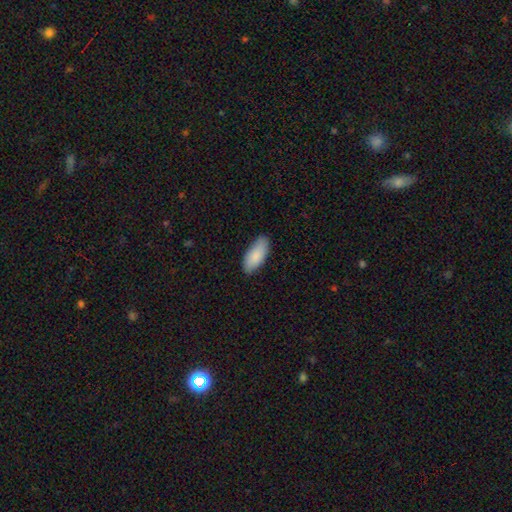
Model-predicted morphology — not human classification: smooth-or-featured: smooth: 87% | featured or disk: 8% | star or artifact: 5%
  how-rounded: in between: 87% | cigar-shaped: 11% | round: 2%
  merging: none: 83% | minor disturbance: 14% | major disturbance: 2% | merger: 1%